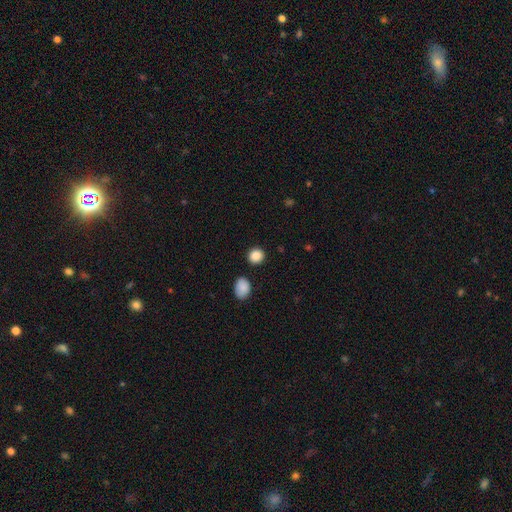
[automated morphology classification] Smooth or featured?
  - smooth: 88% *
  - star or artifact: 9%
  - featured or disk: 3%
How rounded?
  - round: 86% *
  - in between: 13%
  - cigar-shaped: 1%
Merging?
  - none: 88% *
  - minor disturbance: 6%
  - merger: 3%
  - major disturbance: 2%